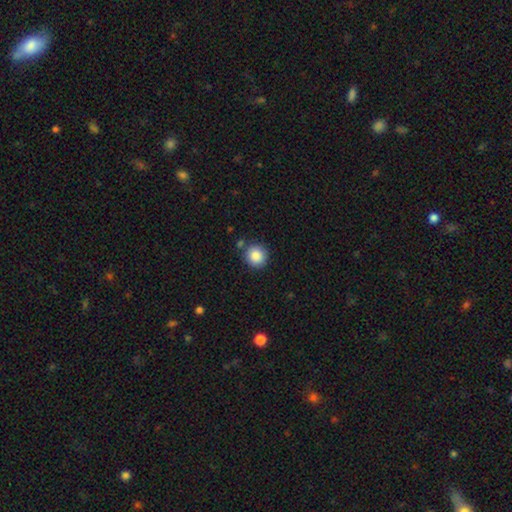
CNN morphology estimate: Smooth or featured?
  - smooth: 87% *
  - star or artifact: 9%
  - featured or disk: 4%
How rounded?
  - round: 92% *
  - in between: 8%
  - cigar-shaped: 1%
Merging?
  - none: 83% *
  - minor disturbance: 9%
  - merger: 6%
  - major disturbance: 3%